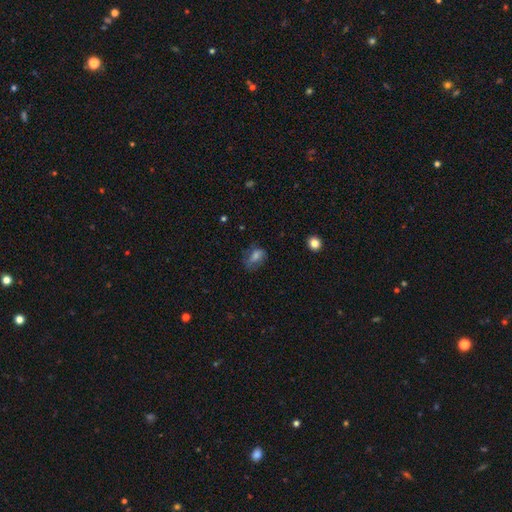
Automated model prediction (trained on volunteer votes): The model was most divided on "merging": none: 58%, minor disturbance: 26%, major disturbance: 15%, merger: 2%. More confident: how rounded — in between (78%); smooth or featured — smooth (65%).